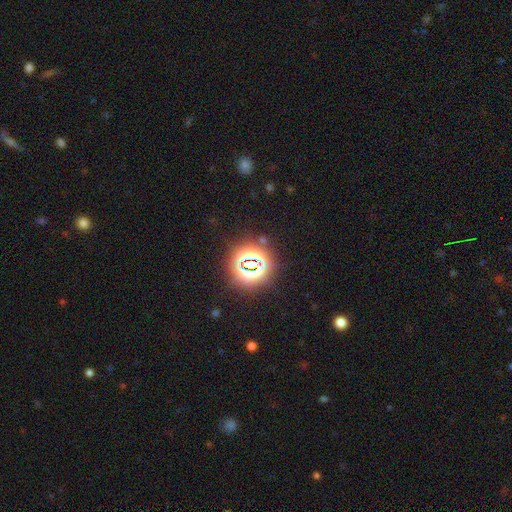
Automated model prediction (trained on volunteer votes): A star or artifact, not a galaxy (76%).

Vote fractions:
- Smooth or featured? star or artifact: 76% / smooth: 16% / featured or disk: 8%